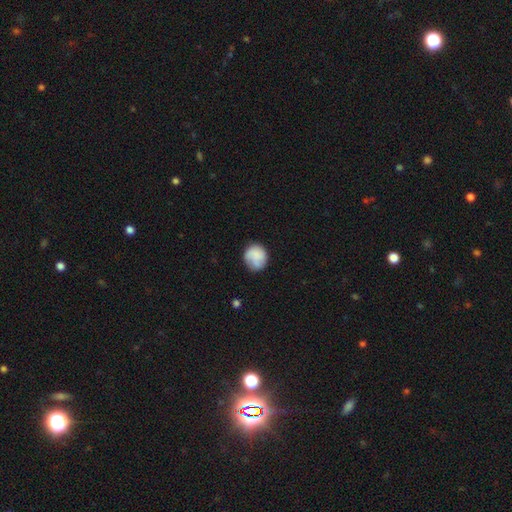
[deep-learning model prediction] Morphology: type=smooth (77%); roundness=round (83%); merging=none (69%).